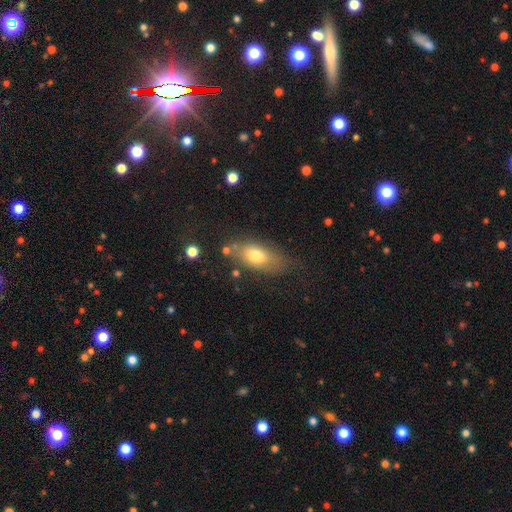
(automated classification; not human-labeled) This is likely a smooth galaxy (72%). How rounded: clearly in between (85%). Merging: likely none (67%).